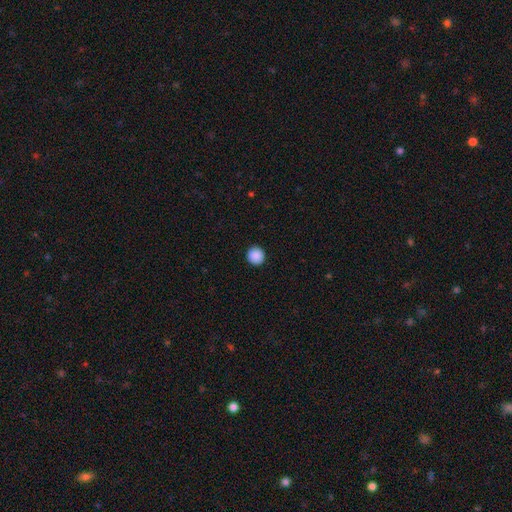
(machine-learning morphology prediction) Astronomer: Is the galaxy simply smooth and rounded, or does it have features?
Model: smooth — 89%.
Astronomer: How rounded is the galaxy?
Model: round — 95%.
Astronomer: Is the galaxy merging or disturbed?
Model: none — 93%.